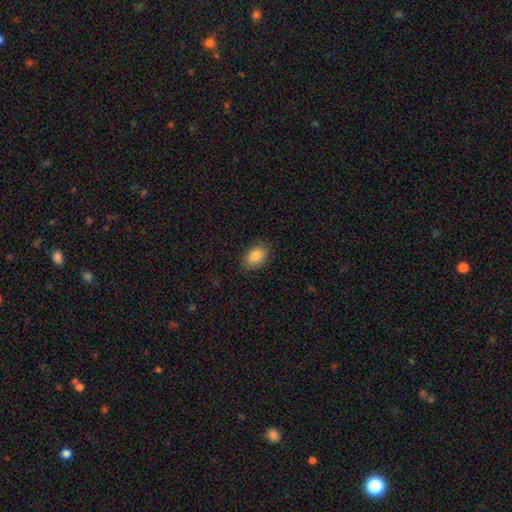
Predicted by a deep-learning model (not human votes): Smooth or featured? smooth (87%)
How rounded? in between (86%)
Merging? none (83%)